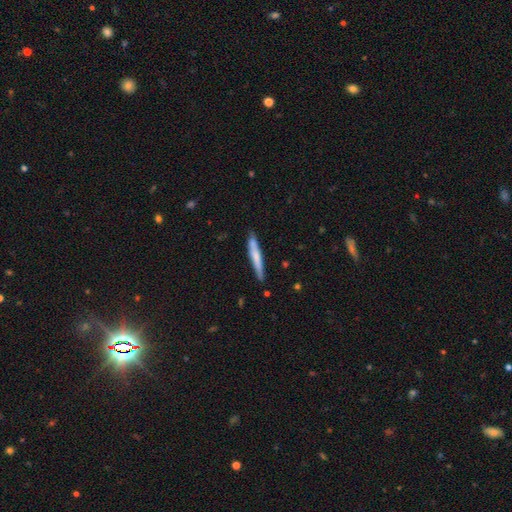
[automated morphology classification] smooth_or_featured: smooth (p=0.60) [alt: featured or disk p=0.35]
how_rounded: cigar-shaped (p=0.95) [alt: in between p=0.04]
merging: none (p=0.81) [alt: minor disturbance p=0.14]